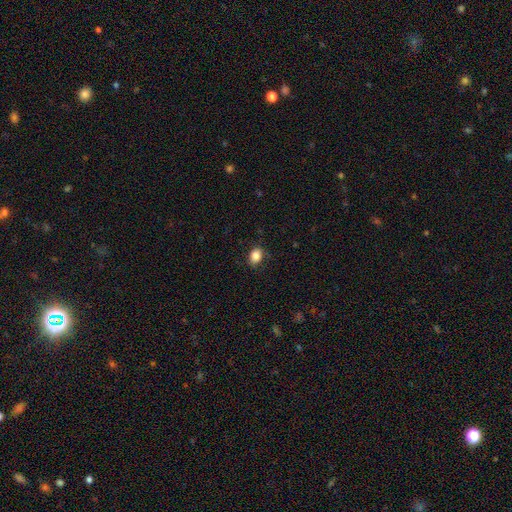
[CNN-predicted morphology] smooth-or-featured: smooth: 86% | star or artifact: 9% | featured or disk: 5%
  how-rounded: in between: 68% | round: 31% | cigar-shaped: 1%
  merging: none: 84% | minor disturbance: 12% | major disturbance: 3% | merger: 1%